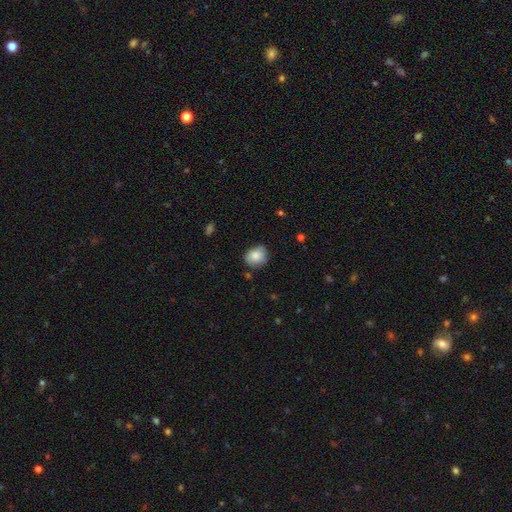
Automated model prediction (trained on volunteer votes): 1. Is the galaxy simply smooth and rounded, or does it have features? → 81% smooth, 11% featured or disk, 8% star or artifact.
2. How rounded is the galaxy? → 68% round, 31% in between, 1% cigar-shaped.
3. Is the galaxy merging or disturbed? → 72% none, 22% minor disturbance, 4% major disturbance, 2% merger.